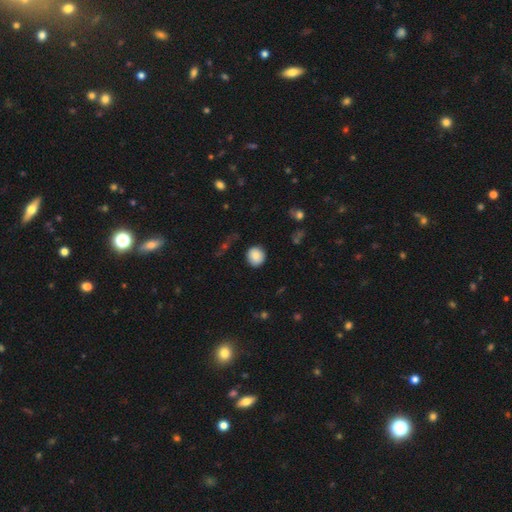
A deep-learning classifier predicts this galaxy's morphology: smooth_or_featured: smooth (p=0.84) [alt: star or artifact p=0.08]
how_rounded: round (p=0.88) [alt: in between p=0.11]
merging: none (p=0.85) [alt: minor disturbance p=0.10]